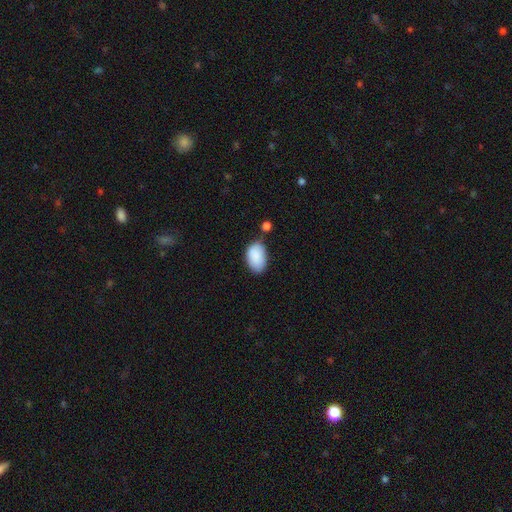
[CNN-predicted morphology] smooth-or-featured: smooth: 89% | star or artifact: 6% | featured or disk: 4%
  how-rounded: in between: 92% | round: 6% | cigar-shaped: 1%
  merging: none: 62% | minor disturbance: 23% | merger: 10% | major disturbance: 6%